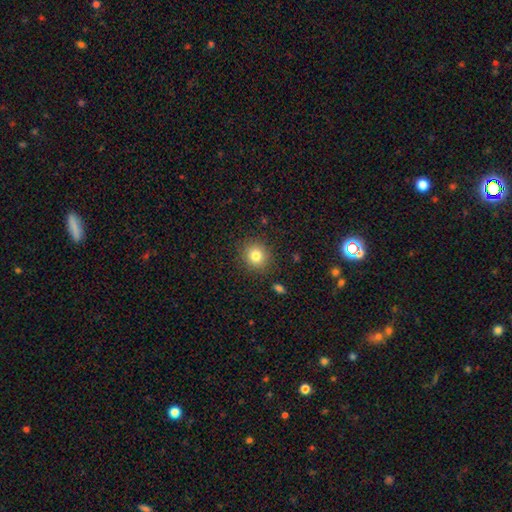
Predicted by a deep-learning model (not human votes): Smooth or featured? Predicted: smooth (p=0.81). How rounded? Predicted: round (p=0.86). Merging? Predicted: none (p=0.88).